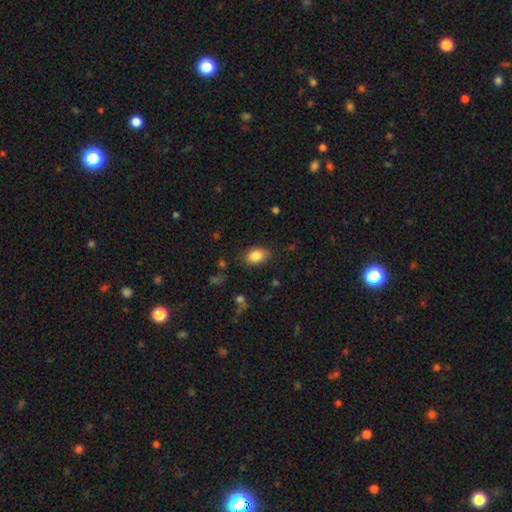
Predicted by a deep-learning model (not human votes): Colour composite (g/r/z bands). It shows a smooth galaxy with no disk features (84%) that is in between round and cigar-shaped (84%). Merging: none (81%).